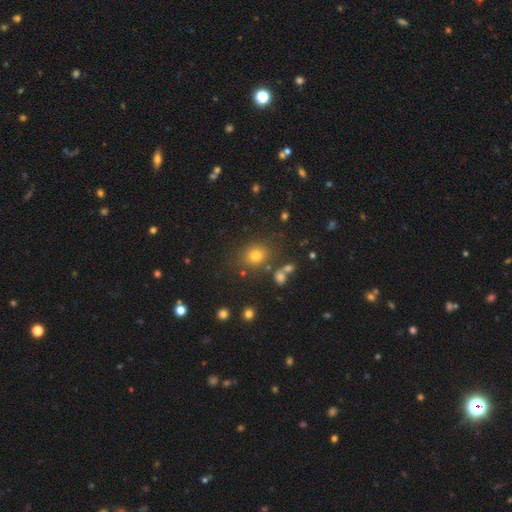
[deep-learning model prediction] The model was most divided on "how rounded": round: 71%, in between: 28%, cigar-shaped: 1%. More confident: merging — none (78%); smooth or featured — smooth (72%).